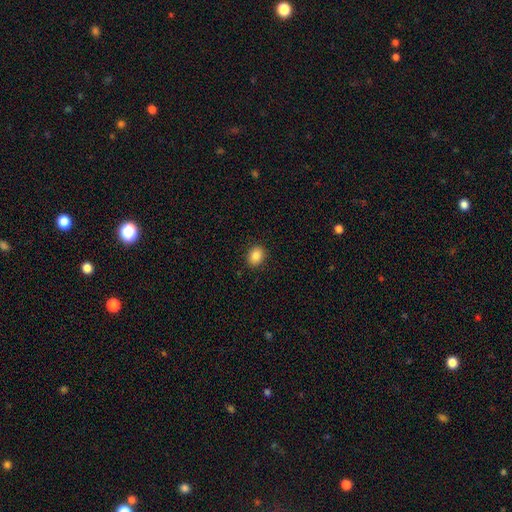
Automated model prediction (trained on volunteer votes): This is clearly a smooth galaxy (87%). How rounded: possibly in between (53%). Merging: clearly none (90%).